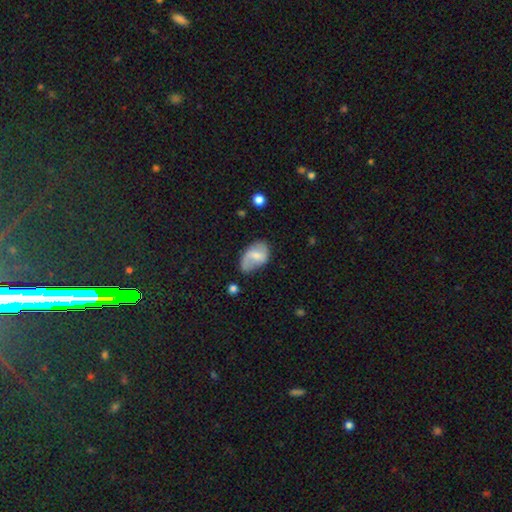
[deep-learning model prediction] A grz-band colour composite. It shows a smooth galaxy with no disk features (51%) that is in between round and cigar-shaped (88%). Merging: none (49%).